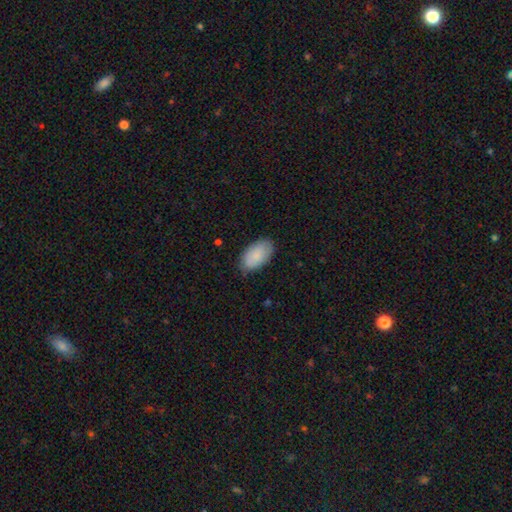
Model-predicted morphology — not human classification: Q: Smooth or featured?
A: smooth (85%); runner-up: featured or disk (9%)
Q: How rounded?
A: in between (95%); runner-up: round (3%)
Q: Merging?
A: none (79%); runner-up: minor disturbance (17%)